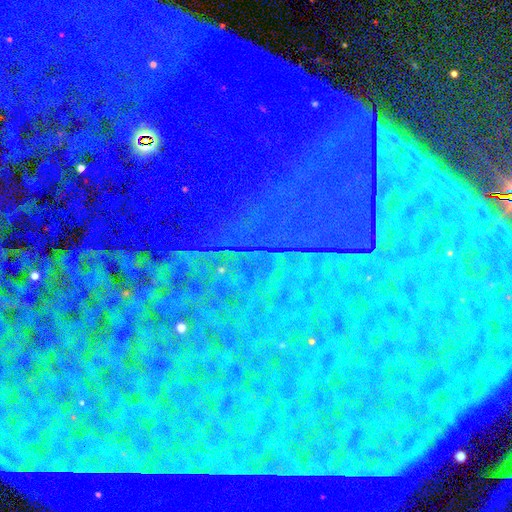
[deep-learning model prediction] This is clearly a star or artifact rather than a galaxy (84%).